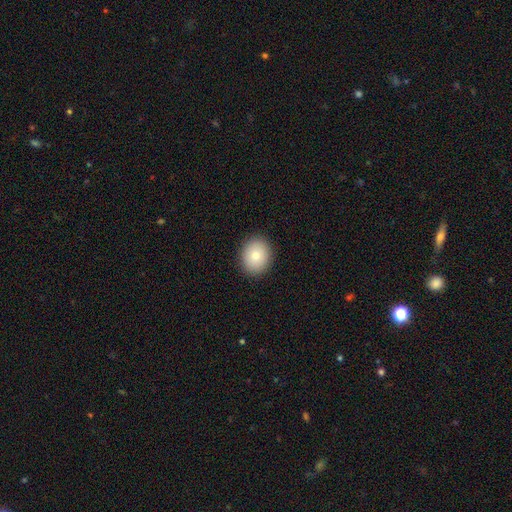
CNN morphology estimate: This appears to be a smooth galaxy with no disk features (81%) that is round (60%). Merging: none (90%).